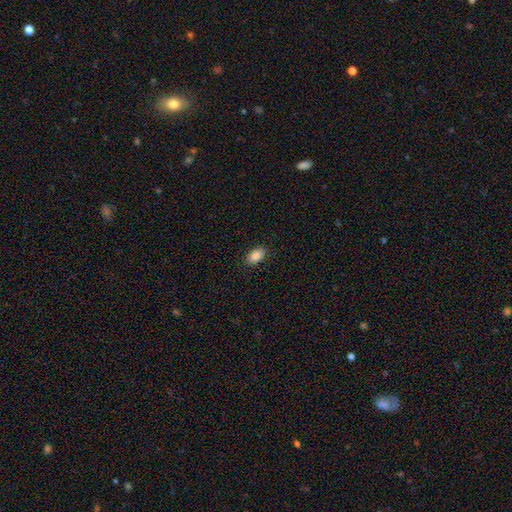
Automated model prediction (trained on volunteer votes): smooth_or_featured: smooth (p=0.87) [alt: star or artifact p=0.08]
how_rounded: in between (p=0.89) [alt: round p=0.10]
merging: none (p=0.88) [alt: minor disturbance p=0.09]